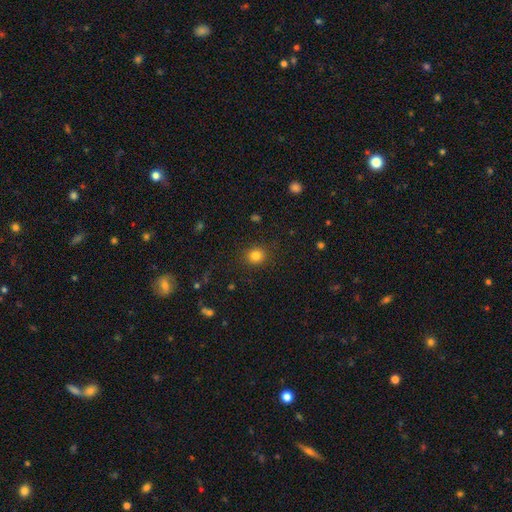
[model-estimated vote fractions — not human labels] smooth-or-featured: smooth: 82% | star or artifact: 12% | featured or disk: 5%
  how-rounded: round: 81% | in between: 18% | cigar-shaped: 1%
  merging: none: 88% | minor disturbance: 8% | major disturbance: 3% | merger: 1%